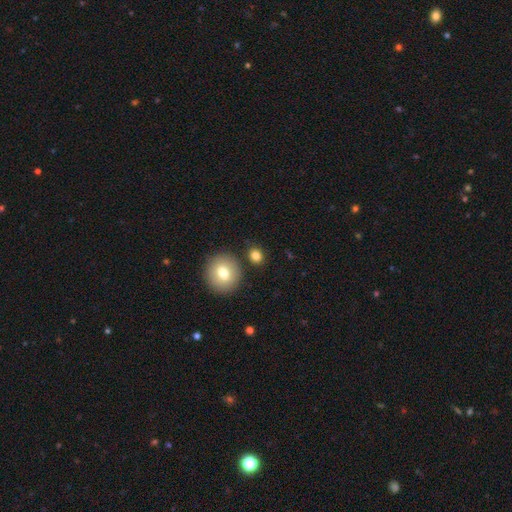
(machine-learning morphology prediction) Smooth or featured: smooth — 81% (star or artifact — 11%)
How rounded: round — 75% (in between — 24%)
Merging: none — 80% (minor disturbance — 9%)